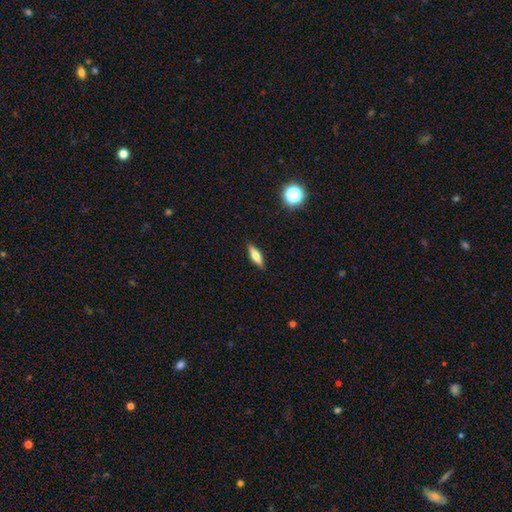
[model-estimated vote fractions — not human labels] smooth 60%, featured or disk 32%, star or artifact 8%. Down the decision tree: how rounded — cigar-shaped (54%); merging — none (88%).